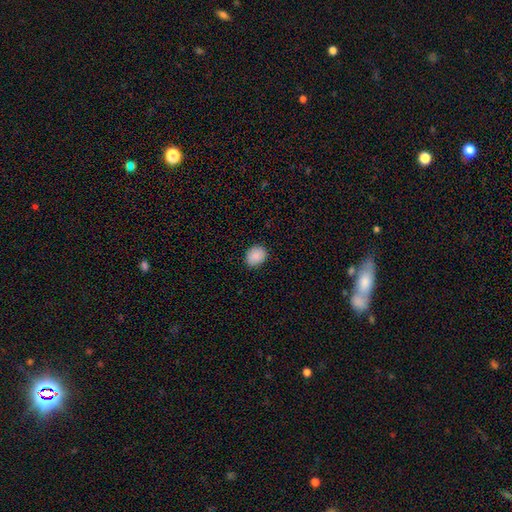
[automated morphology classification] Q: Smooth or featured?
A: smooth (88%); runner-up: star or artifact (8%)
Q: How rounded?
A: round (57%); runner-up: in between (42%)
Q: Merging?
A: none (86%); runner-up: minor disturbance (11%)